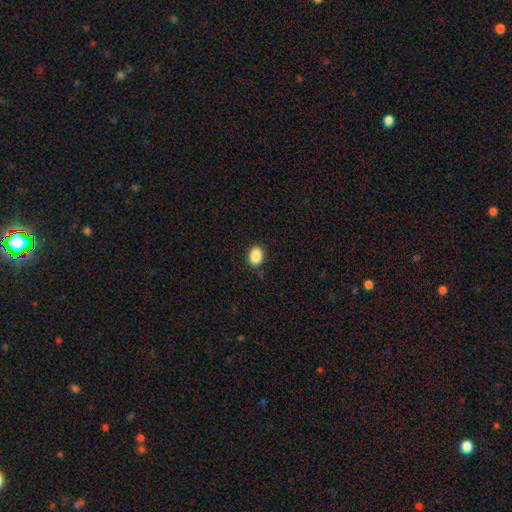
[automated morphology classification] smooth-or-featured: smooth: 88% | star or artifact: 9% | featured or disk: 4%
  how-rounded: in between: 61% | round: 38% | cigar-shaped: 1%
  merging: none: 82% | minor disturbance: 14% | major disturbance: 3% | merger: 1%